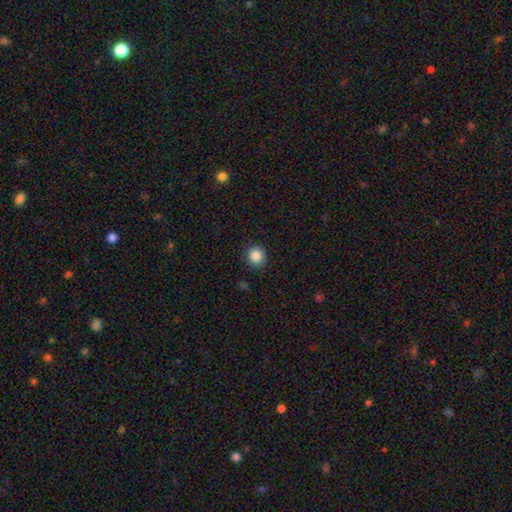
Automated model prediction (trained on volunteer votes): Morphology: type=smooth (86%); roundness=round (85%); merging=none (88%).